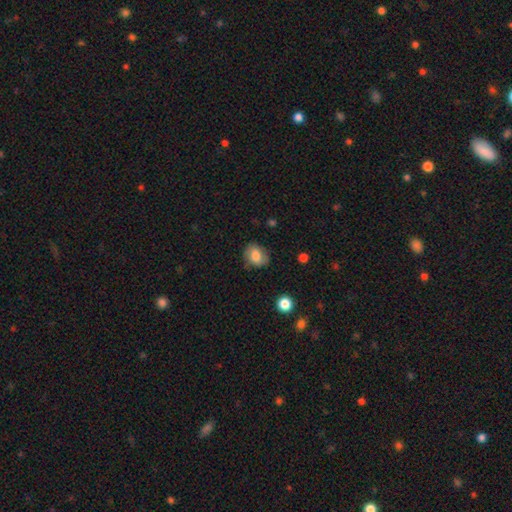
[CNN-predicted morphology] This is likely a smooth galaxy (74%). How rounded: possibly round (56%). Merging: likely none (74%).